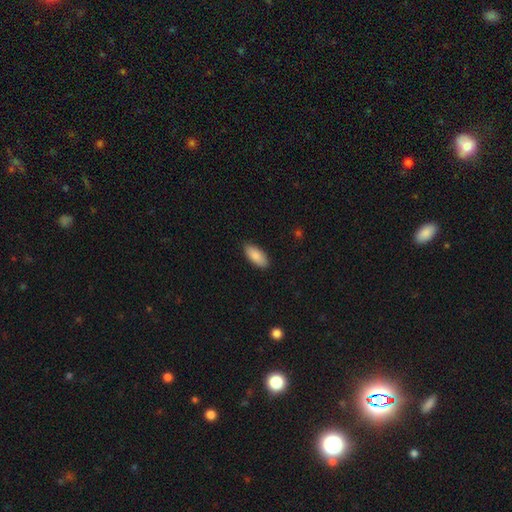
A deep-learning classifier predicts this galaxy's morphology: Smooth or featured? smooth (88%)
How rounded? in between (88%)
Merging? none (88%)